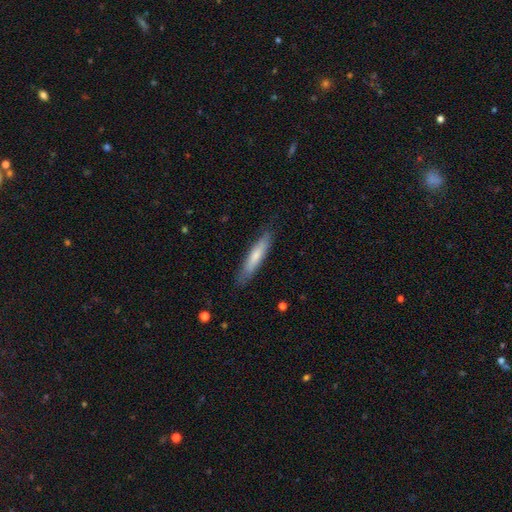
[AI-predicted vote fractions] The model was most divided on "smooth or featured": smooth: 69%, featured or disk: 26%, star or artifact: 5%. More confident: how rounded — cigar-shaped (87%); merging — none (84%).